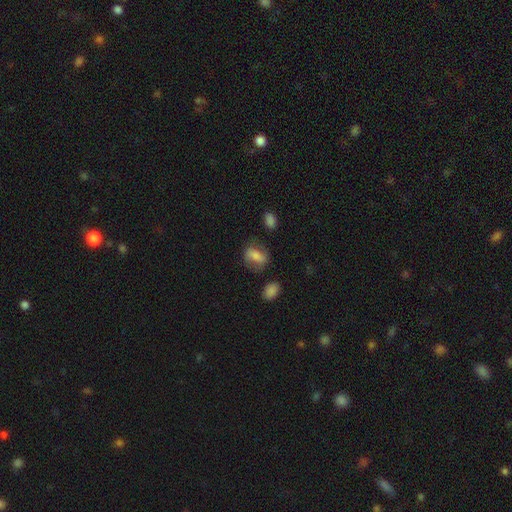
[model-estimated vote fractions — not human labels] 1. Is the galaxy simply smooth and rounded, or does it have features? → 62% smooth, 28% featured or disk, 9% star or artifact.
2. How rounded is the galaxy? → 72% in between, 24% round, 4% cigar-shaped.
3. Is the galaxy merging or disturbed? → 63% none, 21% minor disturbance, 12% major disturbance, 4% merger.